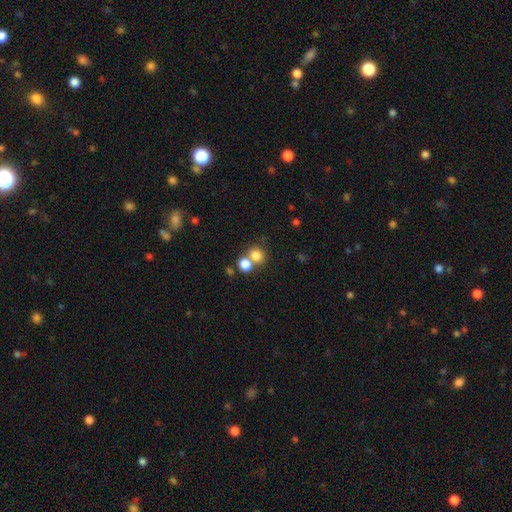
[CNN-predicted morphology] Smooth or featured?
  - smooth: 79% *
  - star or artifact: 13%
  - featured or disk: 8%
How rounded?
  - round: 78% *
  - in between: 21%
  - cigar-shaped: 1%
Merging?
  - none: 52% *
  - merger: 38%
  - minor disturbance: 7%
  - major disturbance: 4%